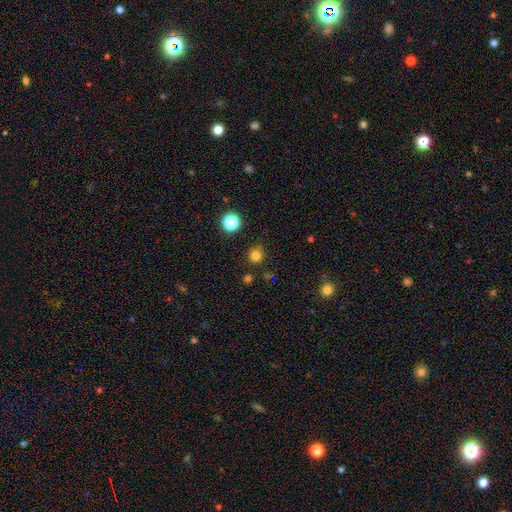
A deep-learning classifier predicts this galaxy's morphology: Smooth or featured?
  - smooth: 79% *
  - star or artifact: 16%
  - featured or disk: 5%
How rounded?
  - round: 89% *
  - in between: 10%
  - cigar-shaped: 1%
Merging?
  - none: 80% *
  - minor disturbance: 13%
  - major disturbance: 3%
  - merger: 3%